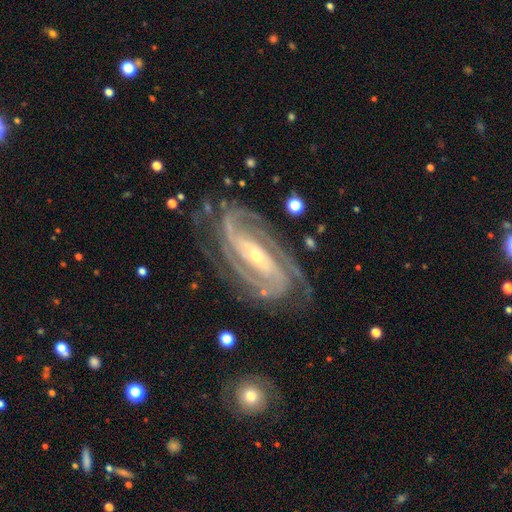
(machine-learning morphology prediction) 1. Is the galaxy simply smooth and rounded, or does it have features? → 93% featured or disk, 4% star or artifact, 2% smooth.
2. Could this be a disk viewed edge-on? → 96% no, 4% yes.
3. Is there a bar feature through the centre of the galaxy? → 52% strong, 26% weak, 22% no.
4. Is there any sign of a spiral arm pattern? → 99% yes, 1% no.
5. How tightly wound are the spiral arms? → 60% tight, 35% medium, 5% loose.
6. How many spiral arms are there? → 61% 2, 19% 3, 6% can't tell, 6% 4, 4% more than 4, 4% 1.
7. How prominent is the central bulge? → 69% small, 28% moderate, 2% large, 1% none, 1% dominant.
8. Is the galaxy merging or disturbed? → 75% none, 17% minor disturbance, 7% major disturbance, 2% merger.